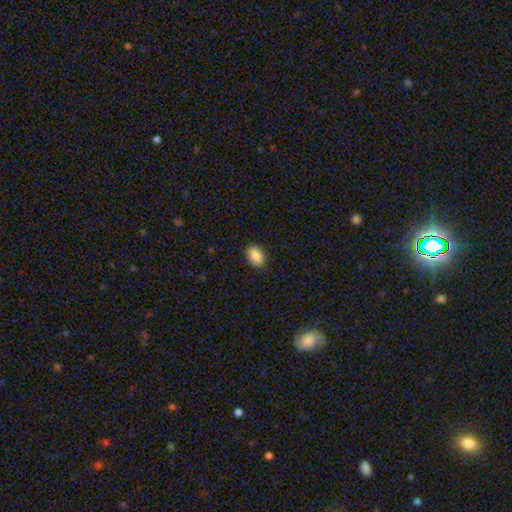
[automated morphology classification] Smooth or featured? smooth (88%)
How rounded? in between (89%)
Merging? none (88%)